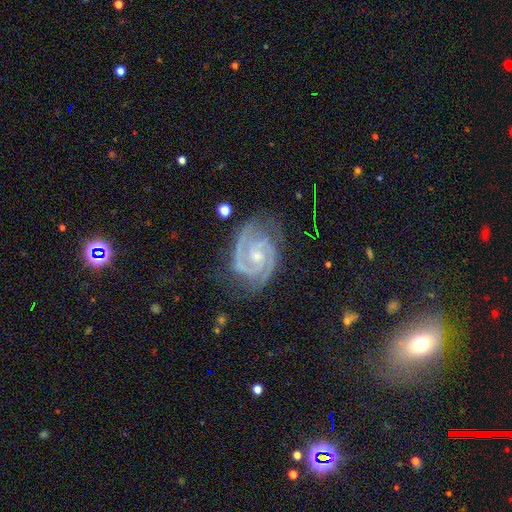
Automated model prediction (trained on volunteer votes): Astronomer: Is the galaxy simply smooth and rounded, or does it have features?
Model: featured or disk — 92%.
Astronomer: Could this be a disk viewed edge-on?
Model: no — 98%.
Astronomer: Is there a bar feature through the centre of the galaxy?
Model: no — 59%.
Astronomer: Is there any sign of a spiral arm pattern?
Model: yes — 99%.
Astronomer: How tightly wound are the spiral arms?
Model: tight — 66%.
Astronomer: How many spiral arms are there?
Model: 2 — 66%.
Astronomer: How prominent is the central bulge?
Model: small — 57% (runner-up: moderate, 37%).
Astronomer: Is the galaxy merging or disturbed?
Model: none — 71%.